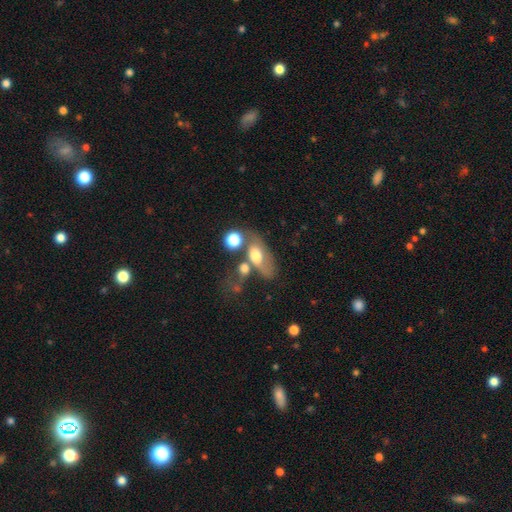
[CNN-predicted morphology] smooth 57%, featured or disk 34%, star or artifact 9%. Down the decision tree: how rounded — in between (80%); merging — none (35%).